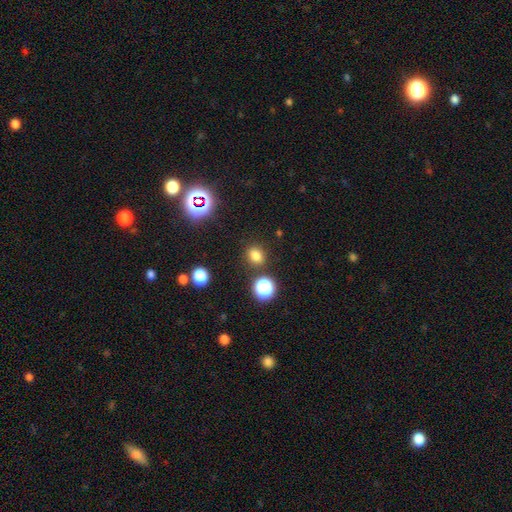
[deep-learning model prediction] The model was most divided on "how rounded": round: 57%, in between: 41%, cigar-shaped: 1%. More confident: merging — none (83%); smooth or featured — smooth (78%).